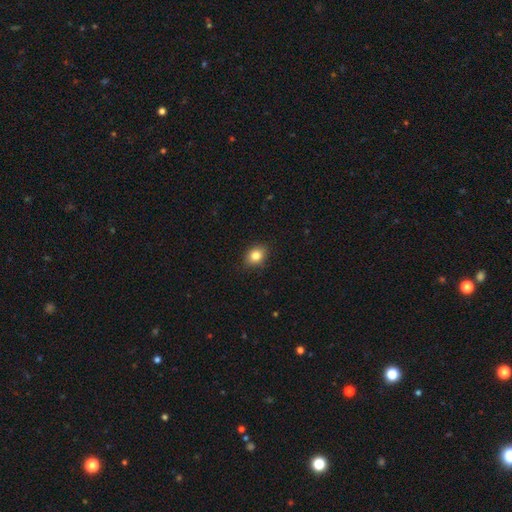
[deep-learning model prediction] smooth-or-featured: smooth: 83% | star or artifact: 10% | featured or disk: 7%
  how-rounded: in between: 56% | round: 43% | cigar-shaped: 1%
  merging: none: 87% | minor disturbance: 10% | major disturbance: 2% | merger: 1%